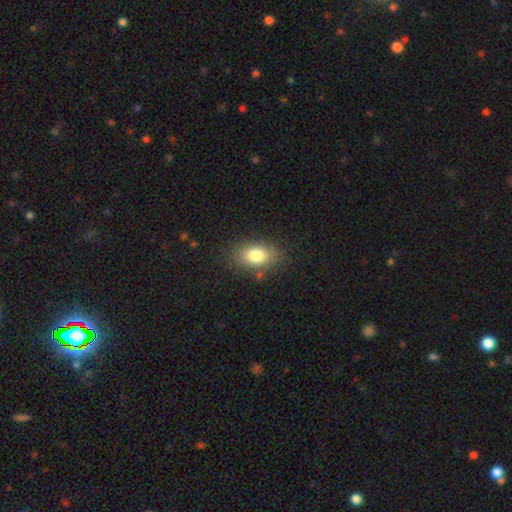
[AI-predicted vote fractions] Smooth or featured: smooth — 80% (featured or disk — 11%)
How rounded: in between — 85% (round — 13%)
Merging: none — 81% (minor disturbance — 13%)